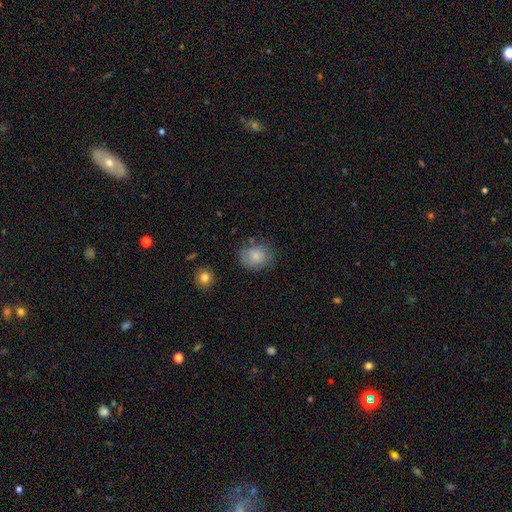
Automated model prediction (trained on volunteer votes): A smooth galaxy with no disk features (81%) that is round (54%). Merging: none (69%).